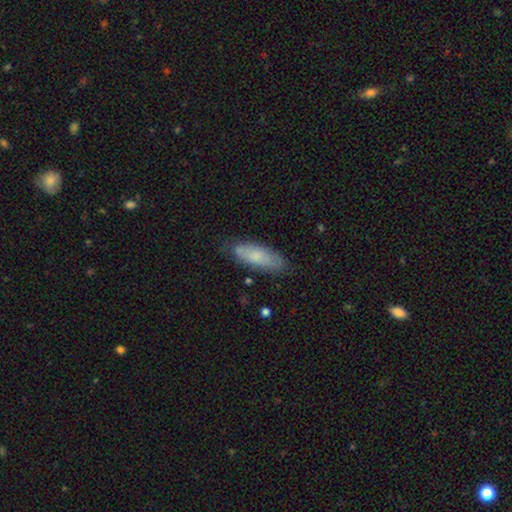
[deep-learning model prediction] Overall: smooth (75%). How rounded: in between (61%; cigar-shaped 37%). Merging: none (74%).